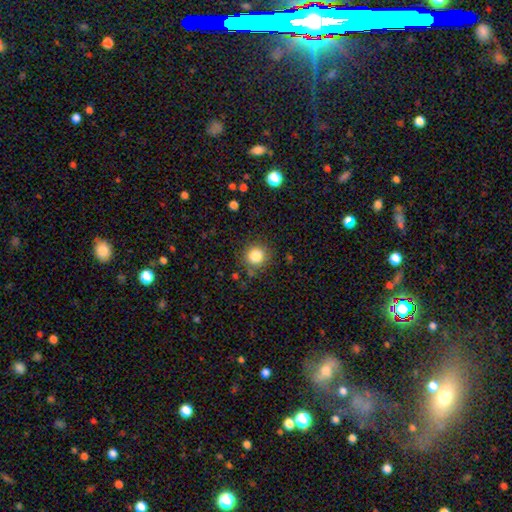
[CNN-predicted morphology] The model was most divided on "smooth or featured": smooth: 83%, star or artifact: 11%, featured or disk: 6%. More confident: how rounded — round (92%); merging — none (83%).